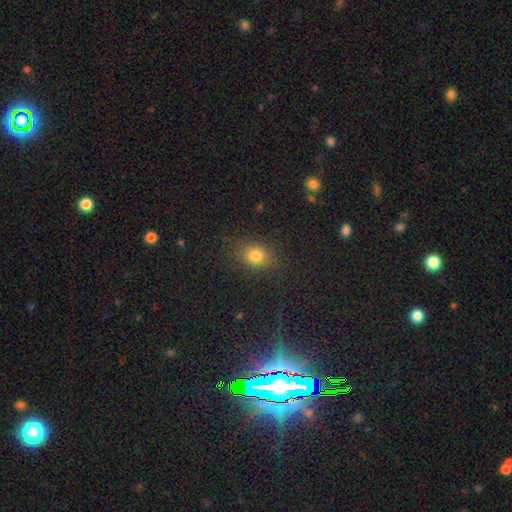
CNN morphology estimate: Overall: smooth (80%). How rounded: in between (50%; round 48%). Merging: none (83%).